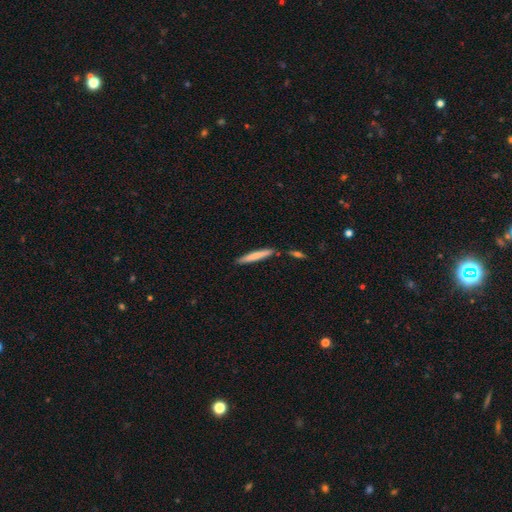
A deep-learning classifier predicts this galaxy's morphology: smooth-or-featured: smooth: 73% | featured or disk: 22% | star or artifact: 5%
  how-rounded: cigar-shaped: 95% | in between: 4% | round: 1%
  merging: none: 84% | minor disturbance: 9% | merger: 5% | major disturbance: 2%